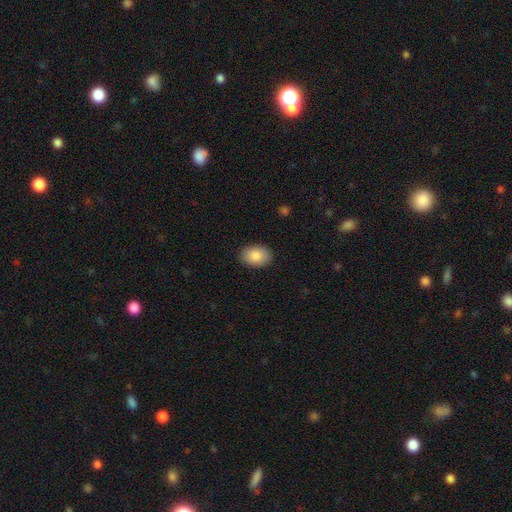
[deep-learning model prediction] This appears to be a smooth galaxy with no disk features (88%) that is in between round and cigar-shaped (82%). Merging: none (89%).